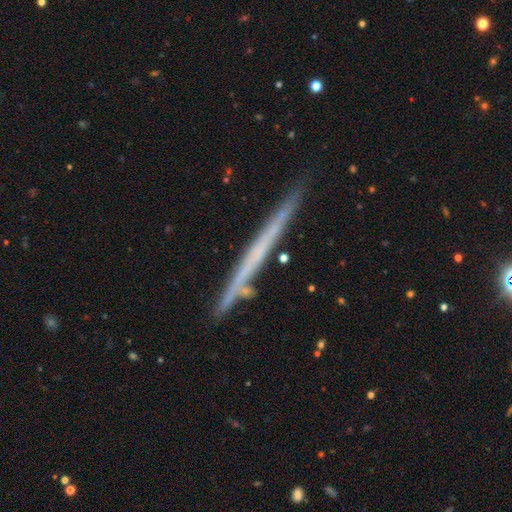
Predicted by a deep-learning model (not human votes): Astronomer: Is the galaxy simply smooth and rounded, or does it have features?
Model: featured or disk — 59%.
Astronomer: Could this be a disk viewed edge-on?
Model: yes — 96%.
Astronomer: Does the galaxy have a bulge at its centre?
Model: none — 92%.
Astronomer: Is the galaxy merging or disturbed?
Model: none — 88%.